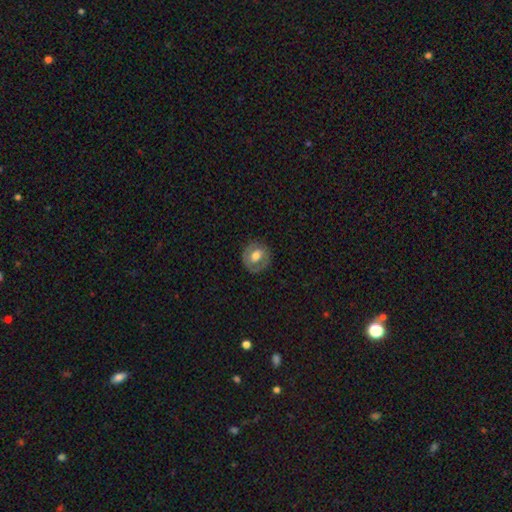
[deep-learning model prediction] A smooth galaxy with no disk features (48%). Merging: none (81%).